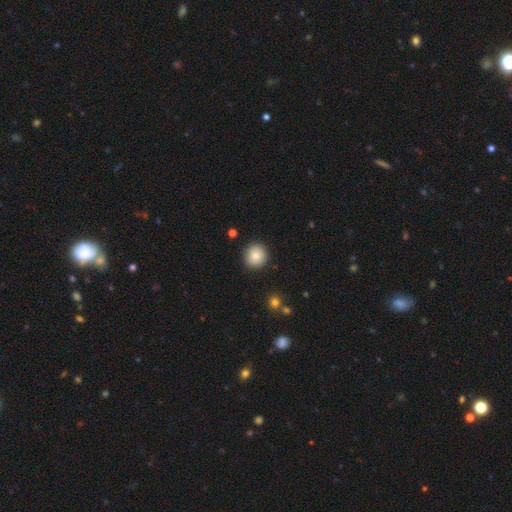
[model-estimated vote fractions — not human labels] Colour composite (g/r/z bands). It shows a smooth galaxy with no disk features (80%) that is round (93%). Merging: none (90%).